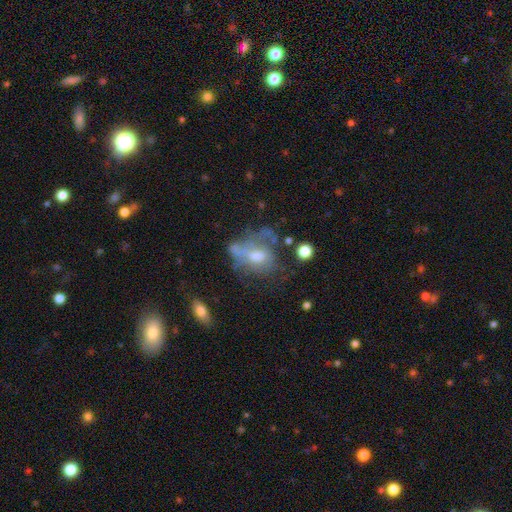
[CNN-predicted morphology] Smooth or featured? Predicted: featured or disk (p=0.53). Edge-on disk? Predicted: no (p=0.94). Bar? Predicted: no (p=0.70). Spiral arms? Predicted: no (p=0.75). Bulge size? Predicted: moderate (p=0.50). Merging? Predicted: major disturbance (p=0.36).